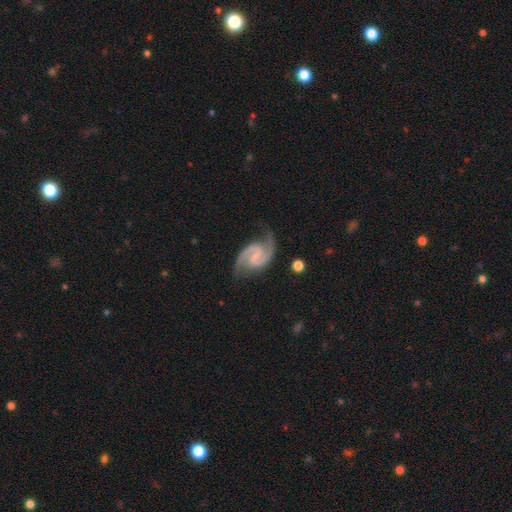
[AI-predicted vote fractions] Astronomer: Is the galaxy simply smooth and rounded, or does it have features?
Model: featured or disk — 94%.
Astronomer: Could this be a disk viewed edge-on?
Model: no — 98%.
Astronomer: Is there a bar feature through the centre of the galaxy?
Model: weak — 51% (runner-up: no, 27%).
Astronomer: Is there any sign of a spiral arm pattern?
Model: yes — 99%.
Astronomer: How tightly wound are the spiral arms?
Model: medium — 64%.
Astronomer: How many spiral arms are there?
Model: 2 — 95%.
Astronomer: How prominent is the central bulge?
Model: small — 52% (runner-up: none, 33%).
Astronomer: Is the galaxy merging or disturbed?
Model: none — 78%.